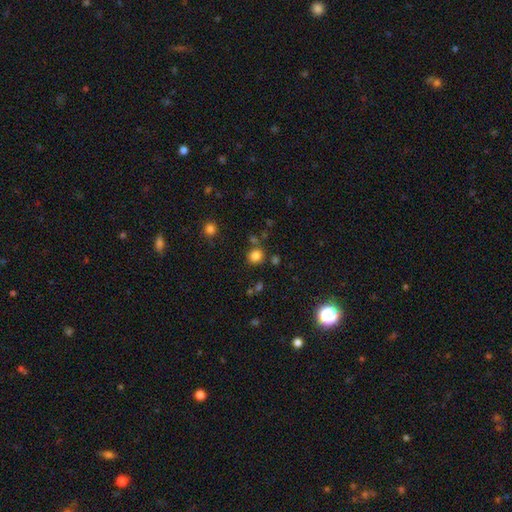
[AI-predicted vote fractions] This appears to be a smooth galaxy with no disk features (82%) that is round (85%). Merging: none (81%).